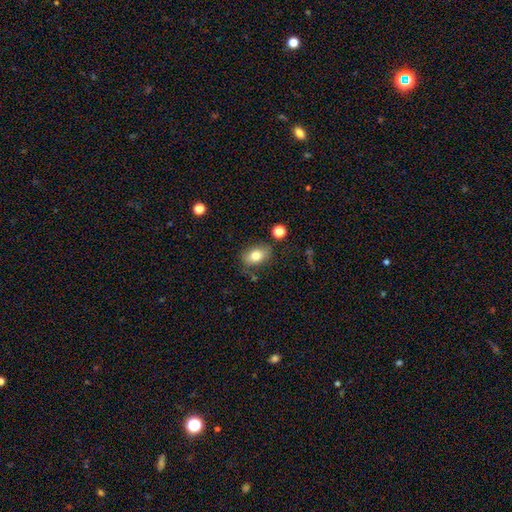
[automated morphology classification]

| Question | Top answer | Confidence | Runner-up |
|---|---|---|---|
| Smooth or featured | smooth | 79% | featured or disk (12%) |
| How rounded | in between | 83% | round (15%) |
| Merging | none | 76% | minor disturbance (16%) |